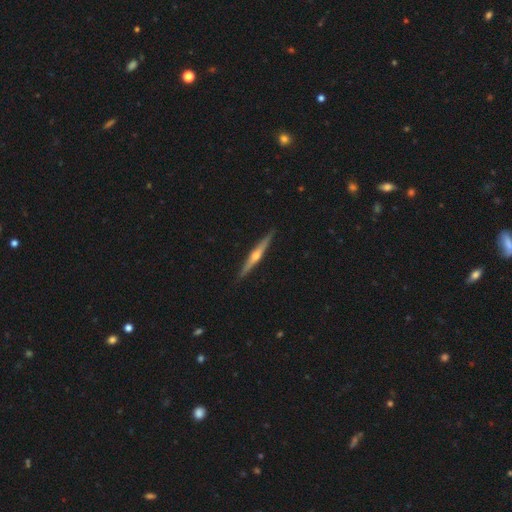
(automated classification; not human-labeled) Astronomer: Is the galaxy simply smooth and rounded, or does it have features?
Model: featured or disk — 77%.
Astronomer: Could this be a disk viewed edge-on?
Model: yes — 98%.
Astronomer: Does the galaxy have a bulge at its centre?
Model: rounded — 90%.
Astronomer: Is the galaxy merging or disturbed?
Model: none — 92%.